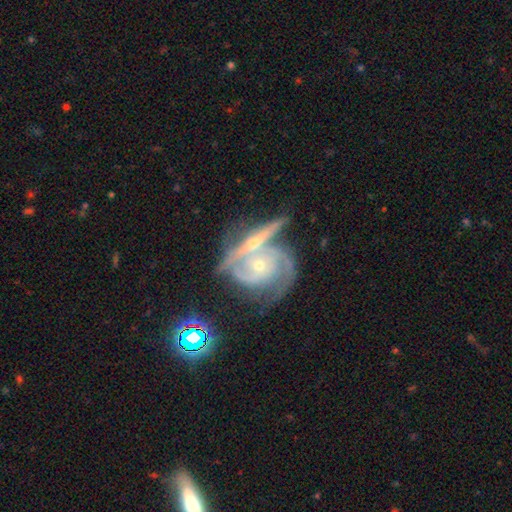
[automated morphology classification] Smooth or featured? featured or disk (85%)
Edge-on disk? no (95%)
Bar? no (58%)
Spiral arms? yes (96%)
Spiral winding? tight (60%)
Spiral arm count? 2 (35%)
Bulge size? small (62%)
Merging? merger (44%)